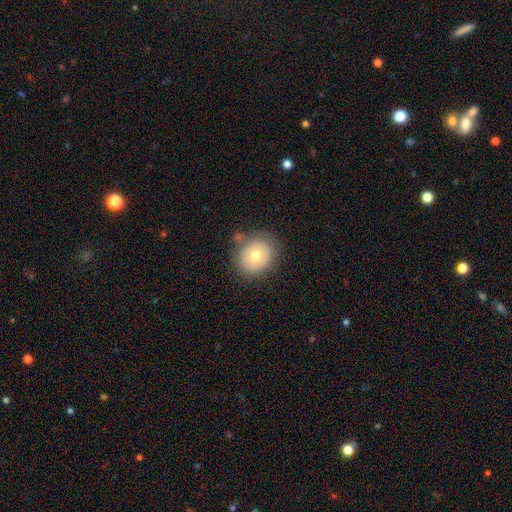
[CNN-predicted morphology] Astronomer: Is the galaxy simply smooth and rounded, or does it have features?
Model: smooth — 67%.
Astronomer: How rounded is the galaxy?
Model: round — 73%.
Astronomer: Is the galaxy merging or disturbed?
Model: none — 76%.